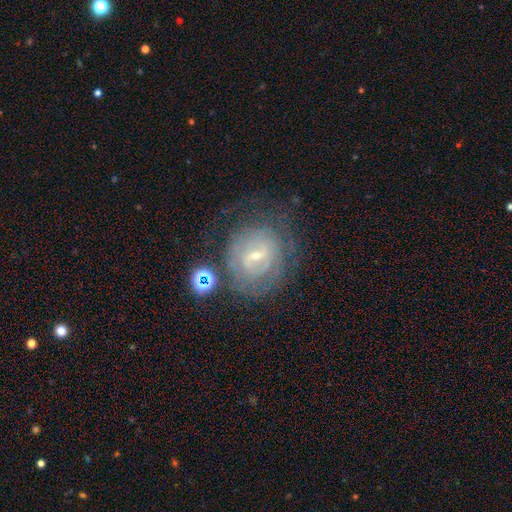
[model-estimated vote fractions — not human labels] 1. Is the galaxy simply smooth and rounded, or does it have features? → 70% featured or disk, 19% smooth, 11% star or artifact.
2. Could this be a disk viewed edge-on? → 95% no, 5% yes.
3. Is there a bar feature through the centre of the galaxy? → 53% weak, 26% strong, 21% no.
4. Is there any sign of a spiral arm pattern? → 73% yes, 27% no.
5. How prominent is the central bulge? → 71% small, 23% moderate, 3% none, 2% large, 1% dominant.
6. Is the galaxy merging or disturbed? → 64% none, 18% minor disturbance, 14% major disturbance, 5% merger.